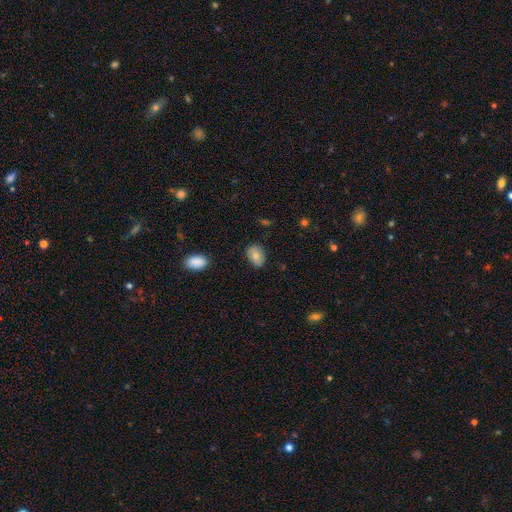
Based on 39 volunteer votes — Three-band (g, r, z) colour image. It shows a smooth galaxy with no disk features (77%) that is in between round and cigar-shaped (77%). Merging: none (71%).